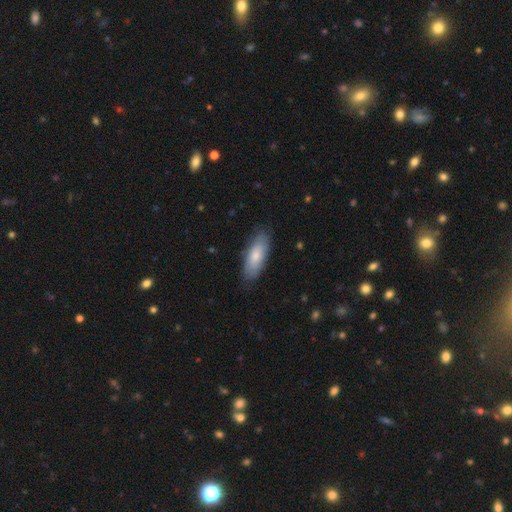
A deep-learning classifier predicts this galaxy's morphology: The model was most divided on "how rounded": in between: 73%, cigar-shaped: 25%, round: 2%. More confident: merging — none (80%); smooth or featured — smooth (76%).